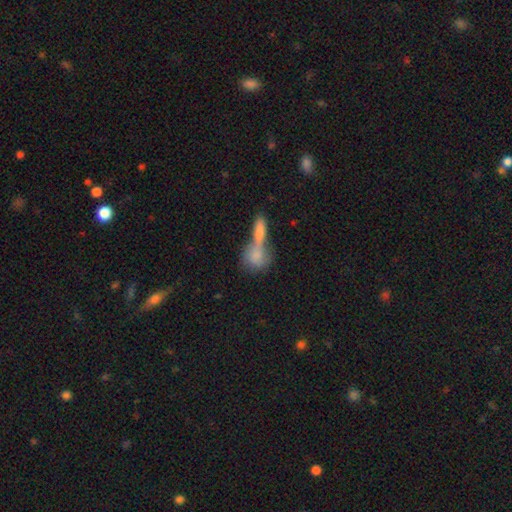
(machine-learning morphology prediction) This is likely a smooth galaxy (76%). How rounded: marginally in between (43%). Merging: possibly merger (59%).